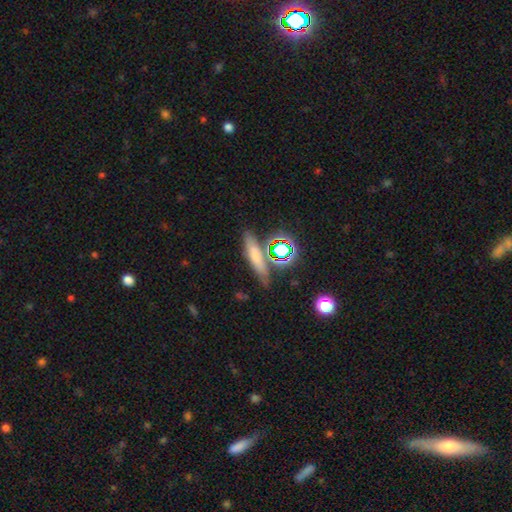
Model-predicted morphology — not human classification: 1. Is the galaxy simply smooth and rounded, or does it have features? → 63% smooth, 19% star or artifact, 19% featured or disk.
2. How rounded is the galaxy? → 68% cigar-shaped, 23% in between, 9% round.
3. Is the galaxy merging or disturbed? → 73% none, 14% minor disturbance, 8% merger, 5% major disturbance.